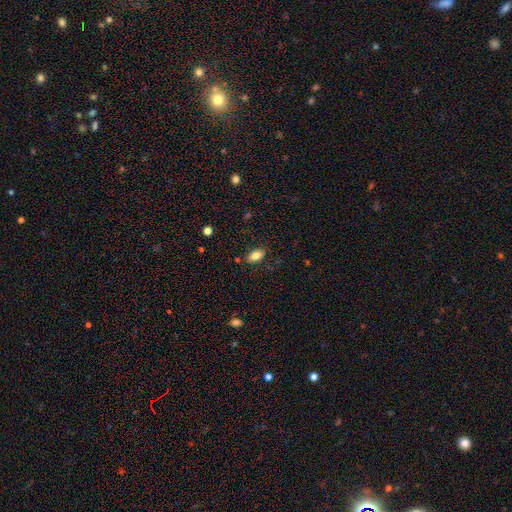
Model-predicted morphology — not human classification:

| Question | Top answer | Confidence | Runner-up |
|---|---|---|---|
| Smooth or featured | smooth | 81% | featured or disk (11%) |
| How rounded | in between | 91% | round (6%) |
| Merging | none | 84% | minor disturbance (11%) |